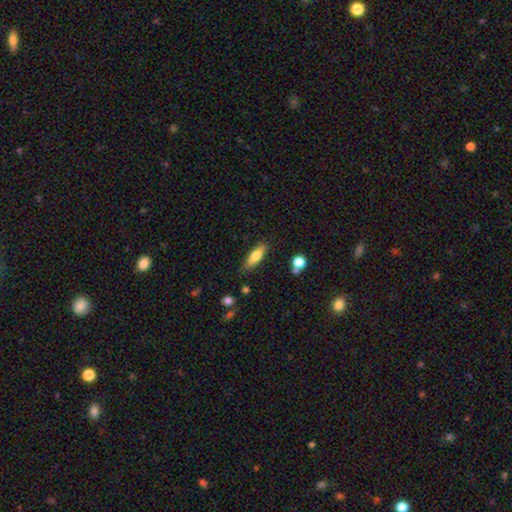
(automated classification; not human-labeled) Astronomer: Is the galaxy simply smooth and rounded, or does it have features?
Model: smooth — 72%.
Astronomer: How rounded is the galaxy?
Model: in between — 56% (runner-up: cigar-shaped, 41%).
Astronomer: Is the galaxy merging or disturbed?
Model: none — 79%.